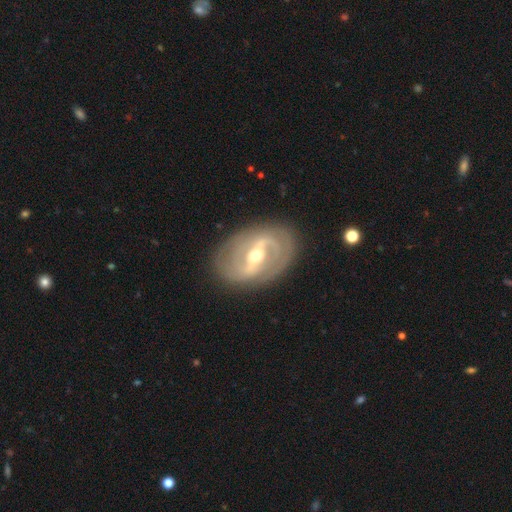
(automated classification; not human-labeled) Q: Smooth or featured?
A: featured or disk (84%); runner-up: smooth (11%)
Q: Edge-on disk?
A: no (94%); runner-up: yes (6%)
Q: Bar?
A: strong (61%); runner-up: weak (30%)
Q: Spiral arms?
A: yes (78%); runner-up: no (22%)
Q: Spiral winding?
A: tight (44%); runner-up: medium (38%)
Q: Spiral arm count?
A: 2 (72%); runner-up: can't tell (16%)
Q: Bulge size?
A: moderate (61%); runner-up: small (34%)
Q: Merging?
A: none (82%); runner-up: minor disturbance (12%)